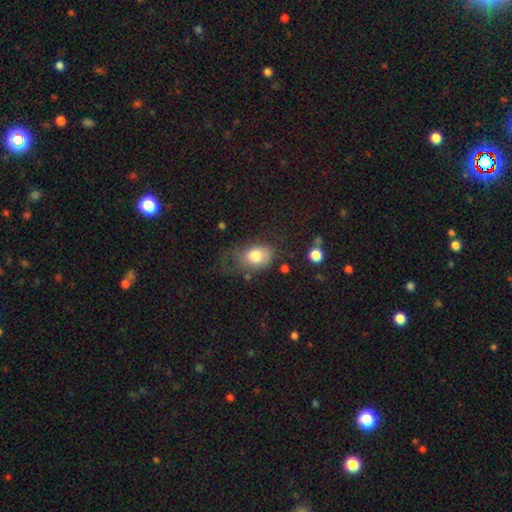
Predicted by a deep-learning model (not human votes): smooth_or_featured: smooth (p=0.76) [alt: featured or disk p=0.16]
how_rounded: in between (p=0.74) [alt: round p=0.24]
merging: none (p=0.39) [alt: major disturbance p=0.30]